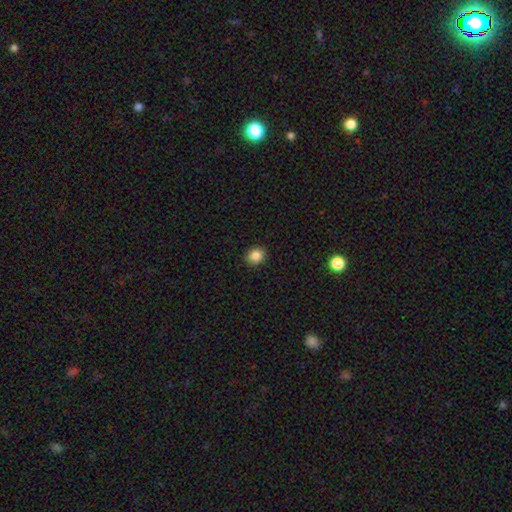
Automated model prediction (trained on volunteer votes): Q: Smooth or featured?
A: smooth (86%); runner-up: star or artifact (10%)
Q: How rounded?
A: round (71%); runner-up: in between (29%)
Q: Merging?
A: none (90%); runner-up: minor disturbance (7%)